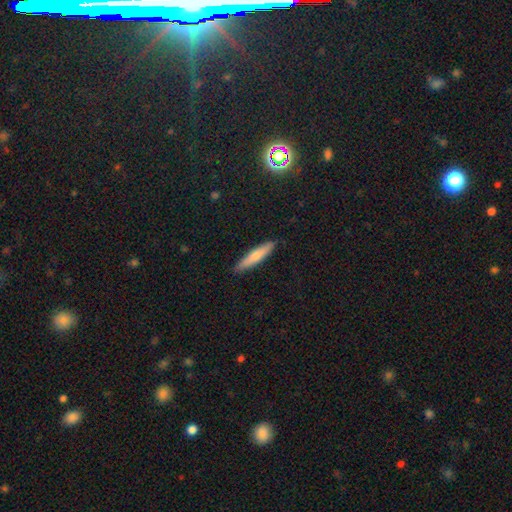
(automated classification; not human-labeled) Overall: smooth (69%). How rounded: cigar-shaped (87%). Merging: none (89%).